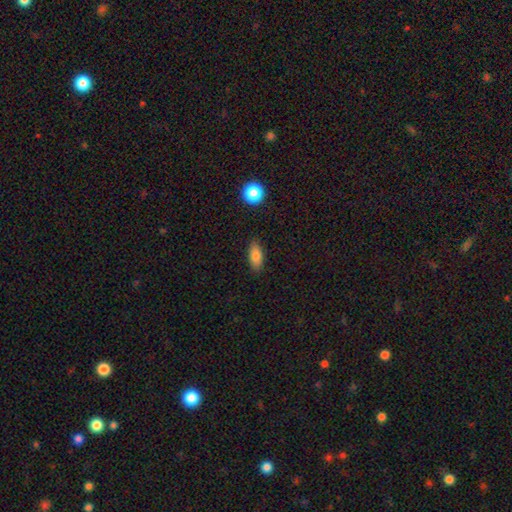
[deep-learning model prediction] This appears to be a smooth galaxy with no disk features (83%) that is in between round and cigar-shaped (82%). Merging: none (84%).